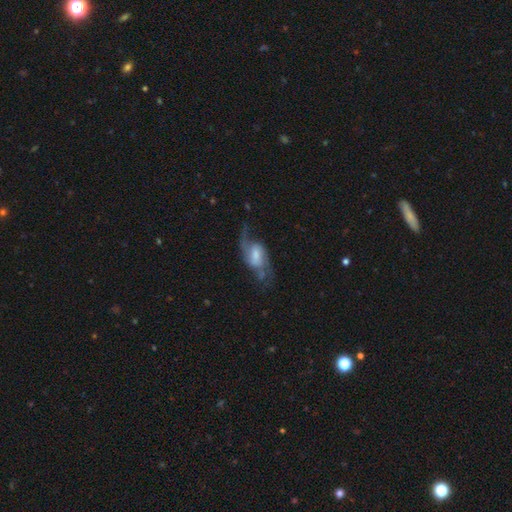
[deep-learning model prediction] Morphology: type=featured or disk (76%); edge-on=no (95%); bar=weak (50%); spiral arms=yes (92%); winding=loose (64%); arm count=2 (86%); bulge=moderate (35%); merging=none (55%).